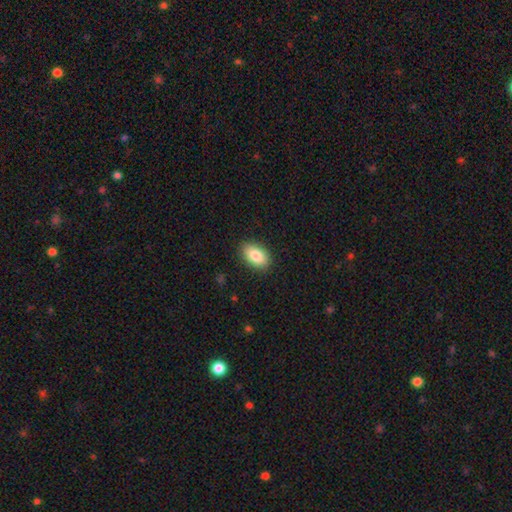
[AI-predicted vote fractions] Smooth or featured? Predicted: smooth (p=0.84). How rounded? Predicted: in between (p=0.90). Merging? Predicted: none (p=0.88).